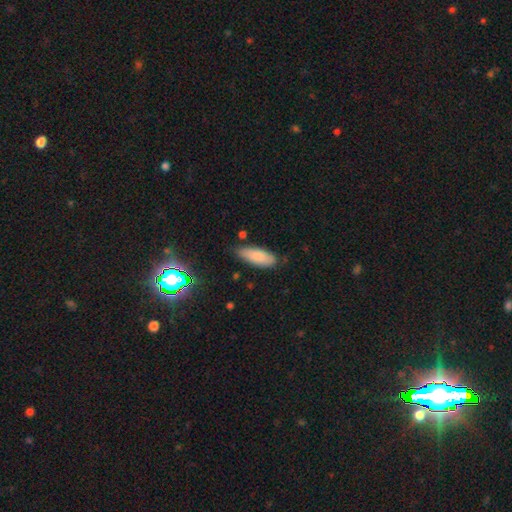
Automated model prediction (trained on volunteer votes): smooth-or-featured: smooth: 80% | featured or disk: 11% | star or artifact: 9%
  how-rounded: in between: 71% | cigar-shaped: 27% | round: 2%
  merging: none: 76% | minor disturbance: 19% | major disturbance: 3% | merger: 2%